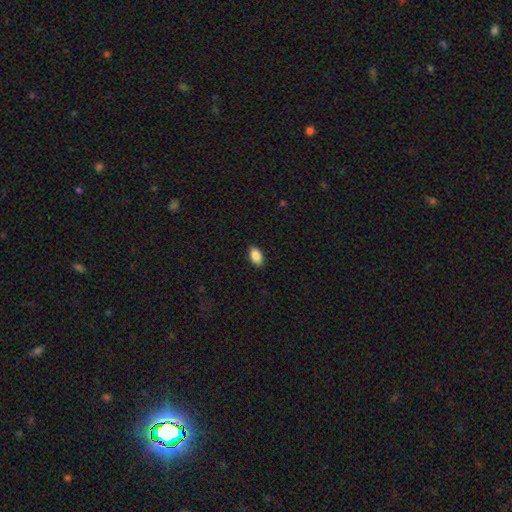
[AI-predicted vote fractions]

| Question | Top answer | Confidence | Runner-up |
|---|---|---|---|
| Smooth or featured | smooth | 88% | star or artifact (7%) |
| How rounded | in between | 92% | round (6%) |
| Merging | none | 88% | minor disturbance (9%) |